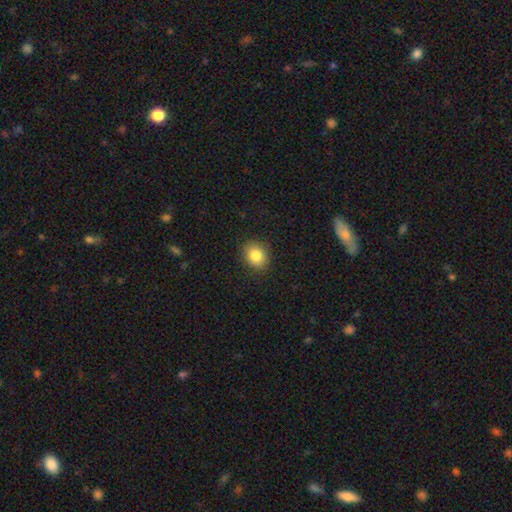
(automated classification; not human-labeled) Smooth or featured? Predicted: smooth (p=0.83). How rounded? Predicted: round (p=0.58). Merging? Predicted: none (p=0.88).